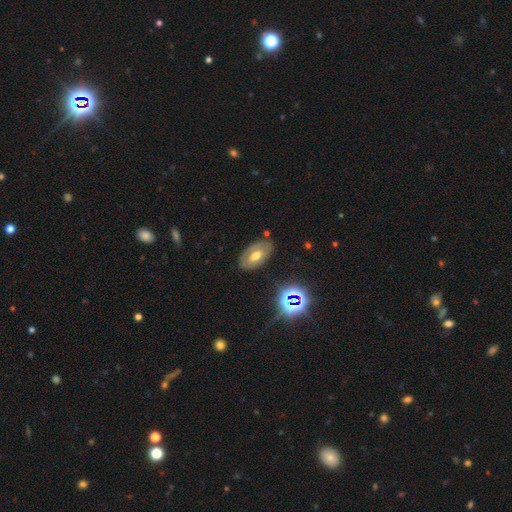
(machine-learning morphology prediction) Overall: featured or disk (47%; smooth 41%). Merging: none (76%).